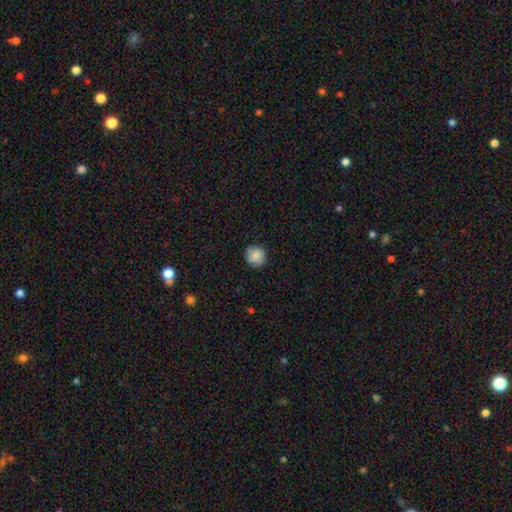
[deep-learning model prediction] Overall: smooth (87%). How rounded: round (93%). Merging: none (89%).